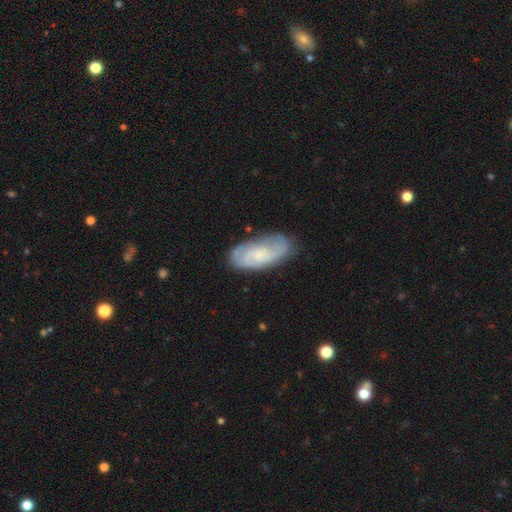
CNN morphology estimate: The model was most divided on "smooth or featured": featured or disk: 53%, smooth: 38%, star or artifact: 9%. More confident: edge-on disk — no (89%); merging — none (76%).